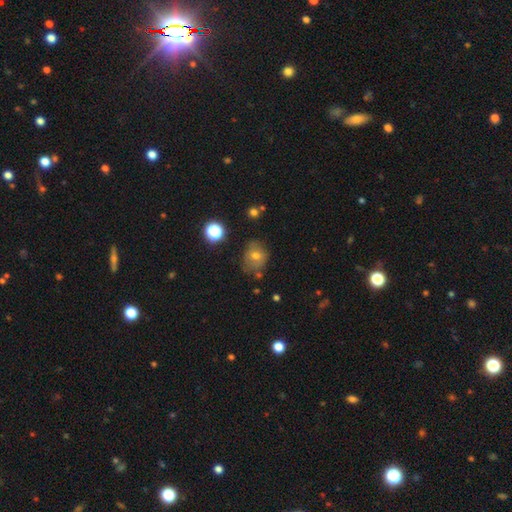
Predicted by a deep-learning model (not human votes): smooth-or-featured: smooth: 65% | featured or disk: 21% | star or artifact: 15%
  how-rounded: round: 62% | in between: 37% | cigar-shaped: 1%
  merging: none: 63% | minor disturbance: 24% | major disturbance: 8% | merger: 5%